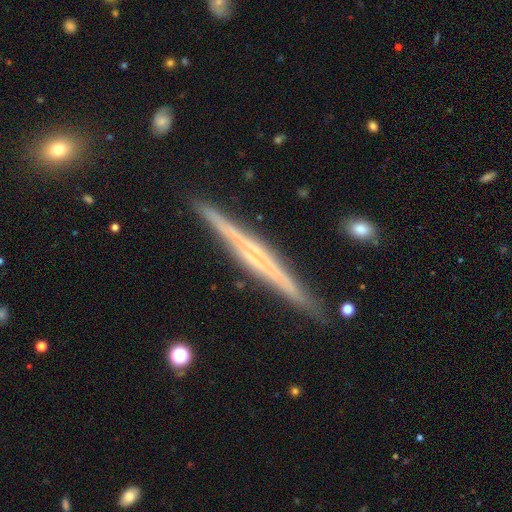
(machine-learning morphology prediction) This is likely a featured or disk galaxy (76%). It is clearly viewed edge-on (98%). Edge-on bulge: marginally none (45%). Merging: clearly none (90%).